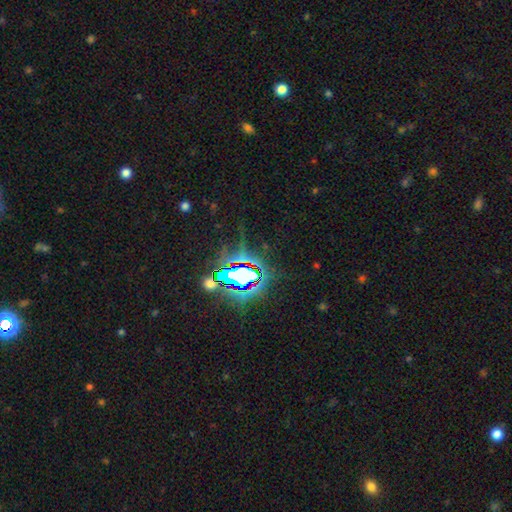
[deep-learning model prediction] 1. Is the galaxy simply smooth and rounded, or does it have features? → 82% star or artifact, 10% smooth, 8% featured or disk.